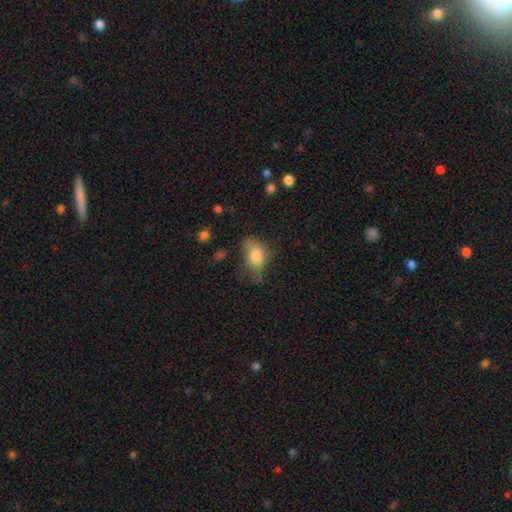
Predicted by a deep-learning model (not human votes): Smooth or featured? Predicted: smooth (p=0.76). How rounded? Predicted: in between (p=0.82). Merging? Predicted: none (p=0.43).